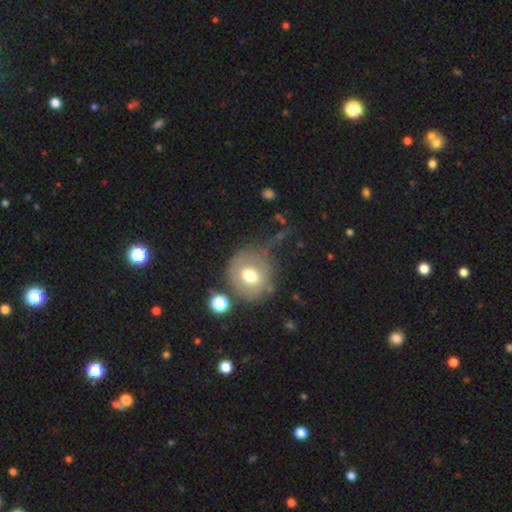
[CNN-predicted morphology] Smooth or featured?
  - smooth: 55% *
  - featured or disk: 30%
  - star or artifact: 15%
How rounded?
  - round: 84% *
  - in between: 15%
  - cigar-shaped: 1%
Merging?
  - none: 57% *
  - minor disturbance: 22%
  - major disturbance: 14%
  - merger: 7%